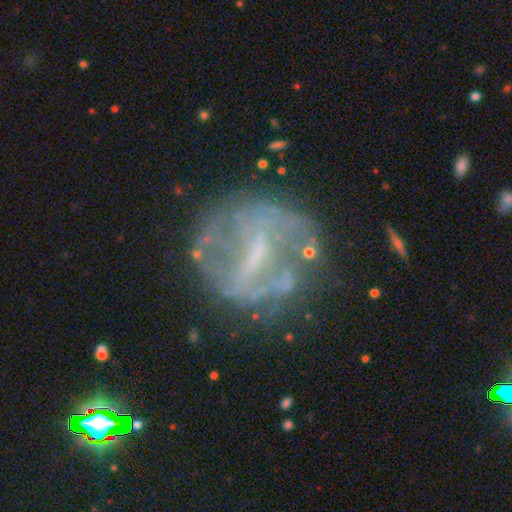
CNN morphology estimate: Smooth or featured: featured or disk — 73% (smooth — 16%)
Edge-on disk: no — 96% (yes — 4%)
Bar: strong — 46% (weak — 36%)
Spiral arms: no — 54% (yes — 46%)
Bulge size: none — 45% (small — 33%)
Merging: none — 65% (minor disturbance — 17%)